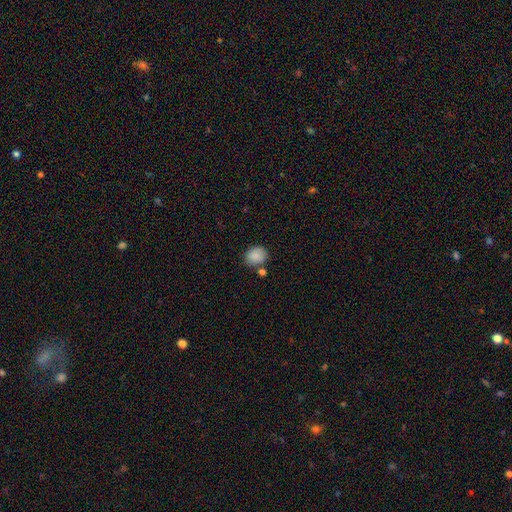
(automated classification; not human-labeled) Smooth or featured? smooth (86%)
How rounded? round (58%)
Merging? none (71%)